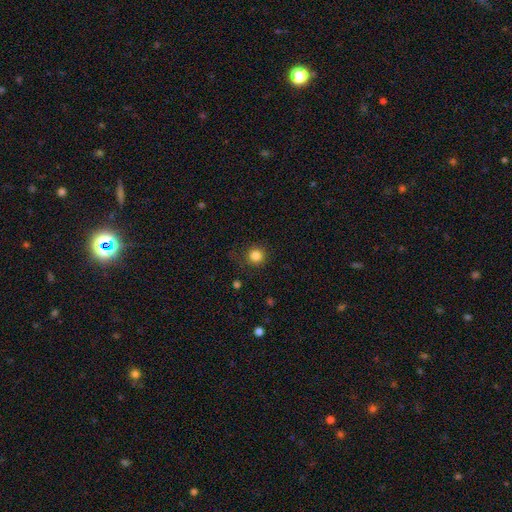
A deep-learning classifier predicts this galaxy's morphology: Smooth or featured: smooth — 84% (star or artifact — 12%)
How rounded: round — 93% (in between — 6%)
Merging: none — 83% (minor disturbance — 11%)